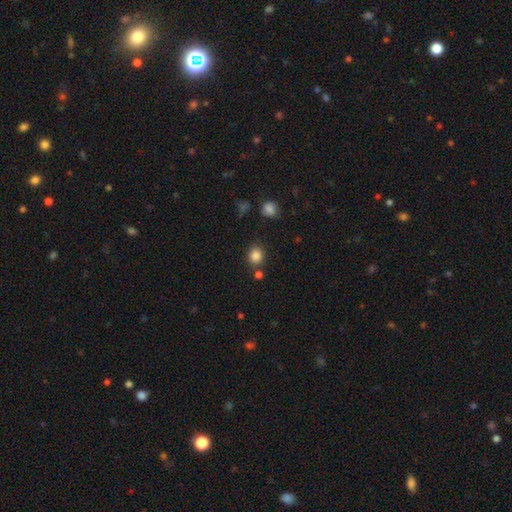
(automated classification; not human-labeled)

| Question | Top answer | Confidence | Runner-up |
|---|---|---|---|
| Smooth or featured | smooth | 85% | star or artifact (11%) |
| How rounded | round | 78% | in between (21%) |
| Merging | none | 80% | minor disturbance (9%) |